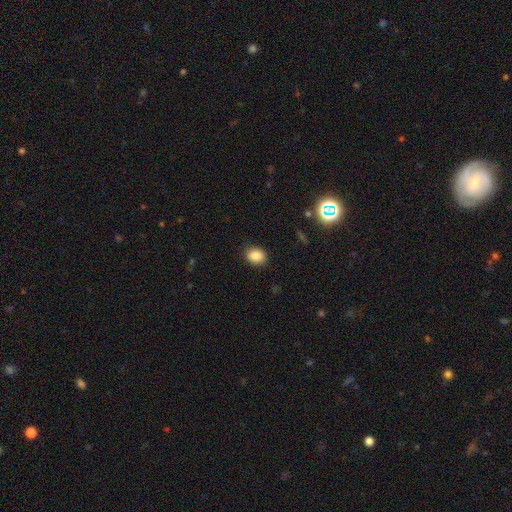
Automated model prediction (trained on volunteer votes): Q: Smooth or featured?
A: smooth (87%); runner-up: star or artifact (9%)
Q: How rounded?
A: in between (56%); runner-up: round (43%)
Q: Merging?
A: none (87%); runner-up: minor disturbance (9%)